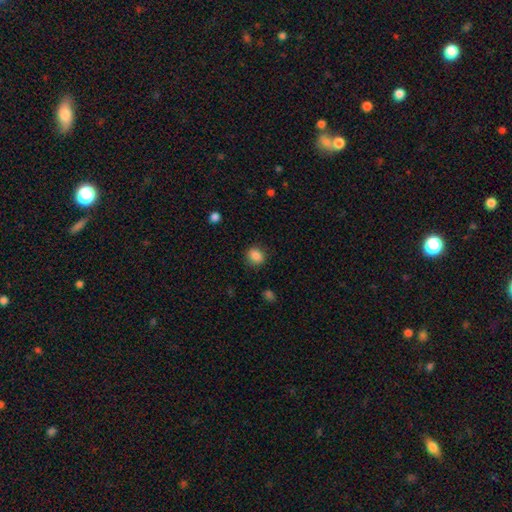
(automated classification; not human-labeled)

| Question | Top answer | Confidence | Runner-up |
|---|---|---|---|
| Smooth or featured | smooth | 86% | star or artifact (10%) |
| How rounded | round | 71% | in between (28%) |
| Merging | none | 86% | minor disturbance (10%) |